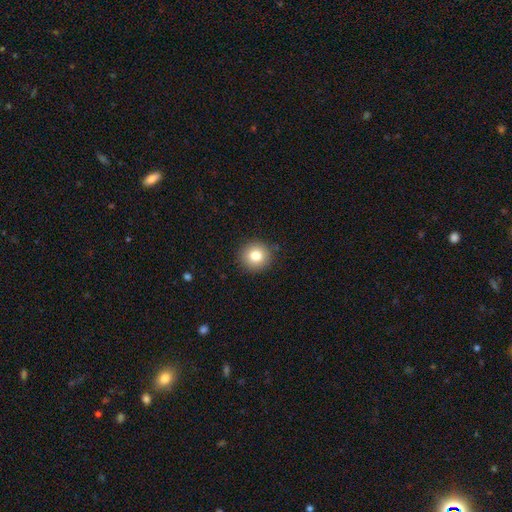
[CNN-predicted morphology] smooth_or_featured: smooth (p=0.80) [alt: star or artifact p=0.10]
how_rounded: round (p=0.92) [alt: in between p=0.07]
merging: none (p=0.89) [alt: minor disturbance p=0.07]